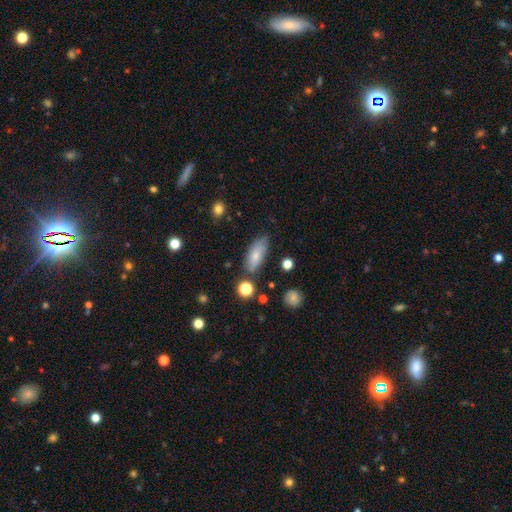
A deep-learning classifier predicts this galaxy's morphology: Smooth or featured?
  - smooth: 75% *
  - featured or disk: 17%
  - star or artifact: 8%
How rounded?
  - in between: 78% *
  - cigar-shaped: 18%
  - round: 3%
Merging?
  - none: 70% *
  - minor disturbance: 20%
  - major disturbance: 5%
  - merger: 4%